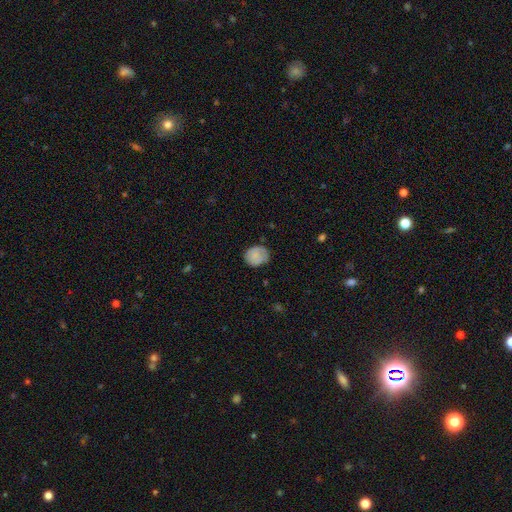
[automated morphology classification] This is likely a smooth galaxy (76%). How rounded: likely round (69%). Merging: likely none (69%).